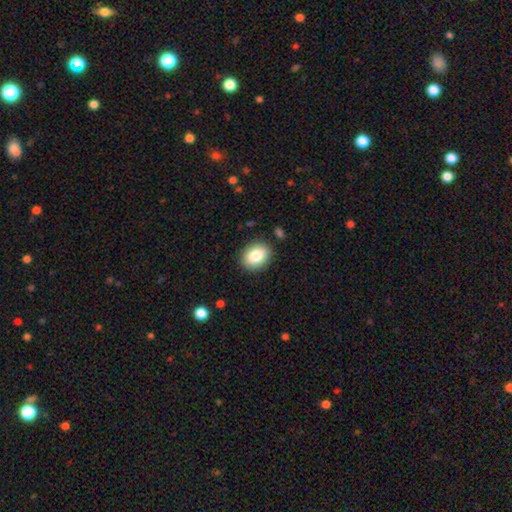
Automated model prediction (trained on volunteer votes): The model was most divided on "how rounded": in between: 67%, round: 32%, cigar-shaped: 1%. More confident: merging — none (88%); smooth or featured — smooth (84%).